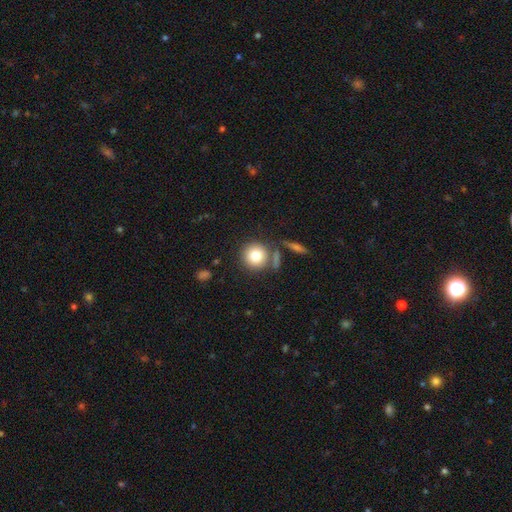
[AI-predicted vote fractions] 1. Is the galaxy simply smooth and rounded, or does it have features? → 79% smooth, 12% featured or disk, 10% star or artifact.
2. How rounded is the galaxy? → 91% round, 8% in between, 1% cigar-shaped.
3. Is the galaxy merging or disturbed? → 74% none, 13% merger, 10% minor disturbance, 4% major disturbance.